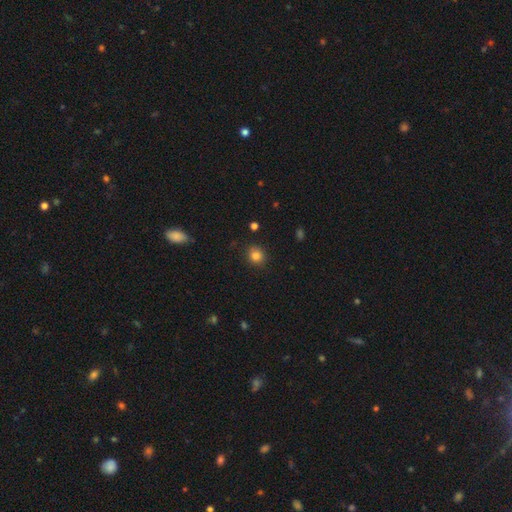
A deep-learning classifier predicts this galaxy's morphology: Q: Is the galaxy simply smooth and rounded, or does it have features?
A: smooth — 82%.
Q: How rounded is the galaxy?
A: round — 81%.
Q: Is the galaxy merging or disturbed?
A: none — 87%.